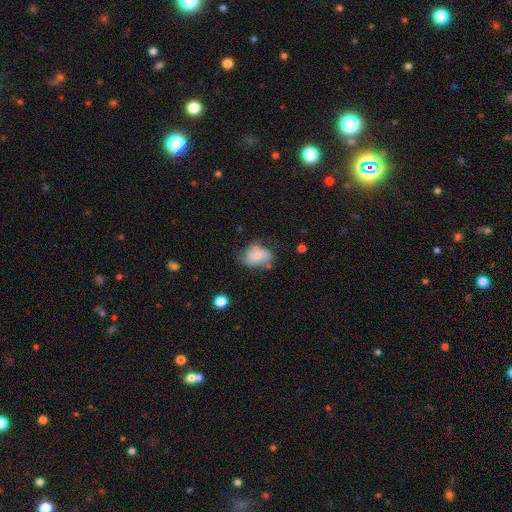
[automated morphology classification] smooth 47%, featured or disk 45%, star or artifact 9%. Down the decision tree: merging — none (46%).